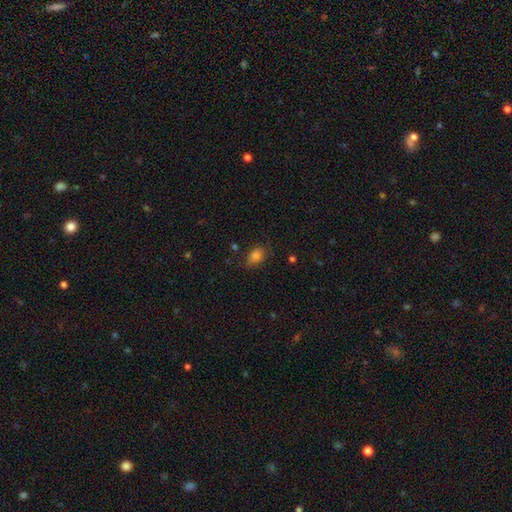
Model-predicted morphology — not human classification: A smooth galaxy with no disk features (82%) that is in between round and cigar-shaped (78%).

Vote fractions:
- Smooth or featured? smooth: 82% / star or artifact: 12% / featured or disk: 6%
- How rounded? in between: 78% / round: 21% / cigar-shaped: 2%
- Merging? none: 70% / minor disturbance: 22% / major disturbance: 6% / merger: 2%